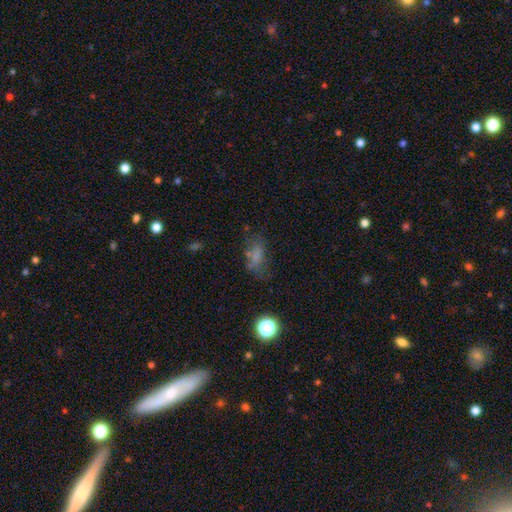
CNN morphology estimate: type=smooth (65%); roundness=in between (79%); merging=none (50%).